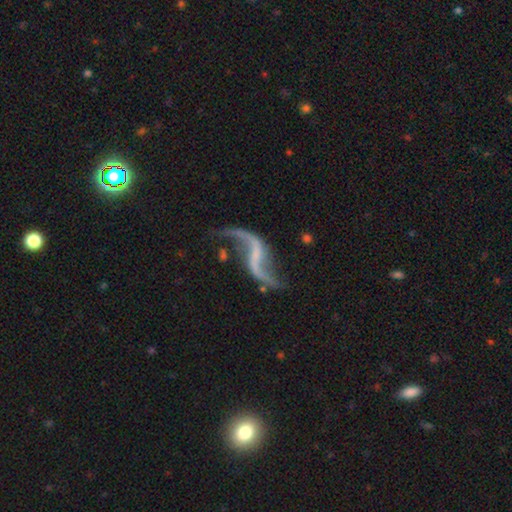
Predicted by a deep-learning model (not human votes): This is clearly a featured or disk galaxy (91%). It is clearly not viewed edge-on (96%). Bar: marginally weak (39%). Spiral arm pattern: clearly yes (95%). Spiral arm count: clearly 2 (93%). Spiral winding: clearly loose (94%). Central bulge: possibly none (57%). Merging: likely none (66%).